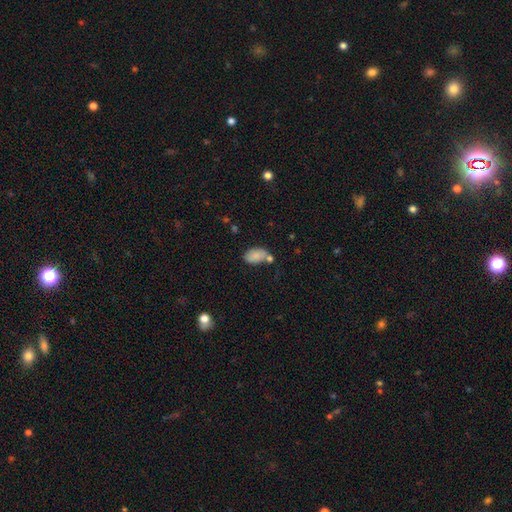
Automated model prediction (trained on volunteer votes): Smooth or featured? smooth (83%)
How rounded? in between (92%)
Merging? none (51%)